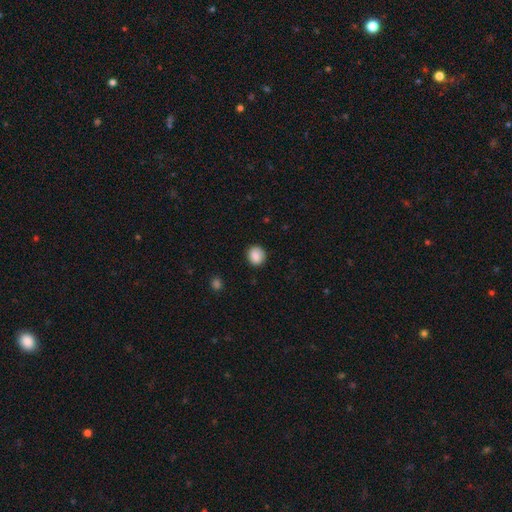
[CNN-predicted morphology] Smooth or featured? smooth (87%)
How rounded? round (80%)
Merging? none (86%)